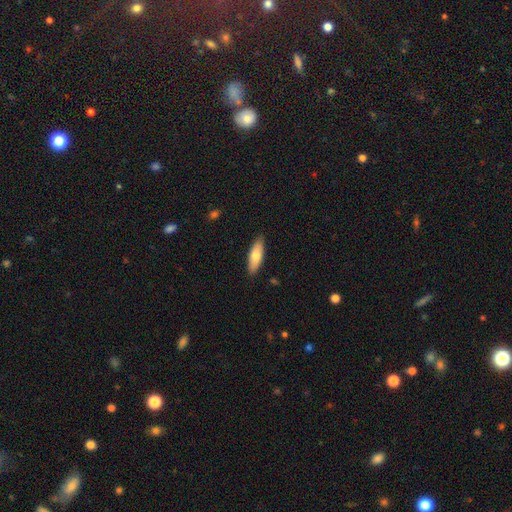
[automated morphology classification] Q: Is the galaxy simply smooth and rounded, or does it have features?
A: smooth — 74%.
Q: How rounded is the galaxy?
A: in between — 60%.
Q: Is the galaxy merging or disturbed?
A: none — 88%.